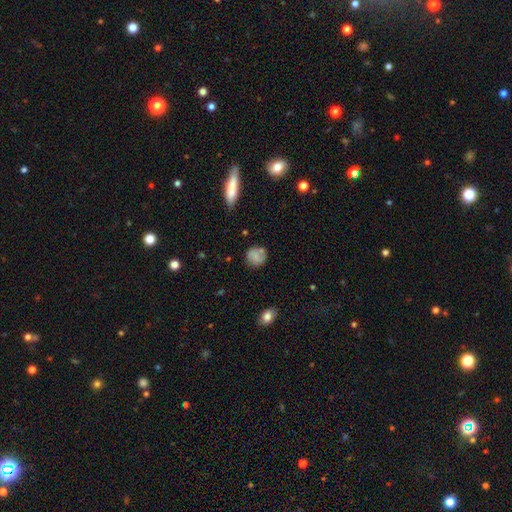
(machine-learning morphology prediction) type=smooth (65%); roundness=round (78%); merging=none (69%).